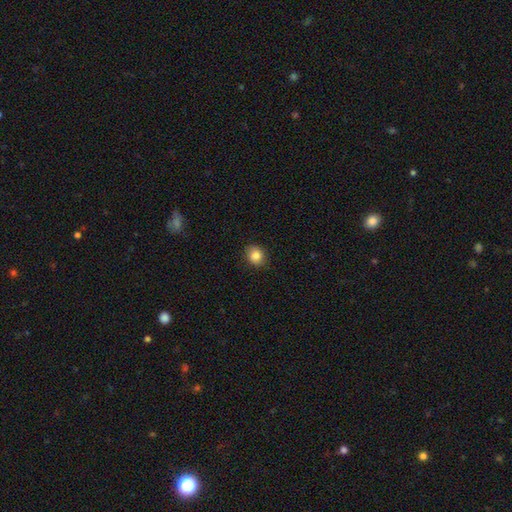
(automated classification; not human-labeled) Smooth or featured? Predicted: smooth (p=0.85). How rounded? Predicted: round (p=0.74). Merging? Predicted: none (p=0.86).